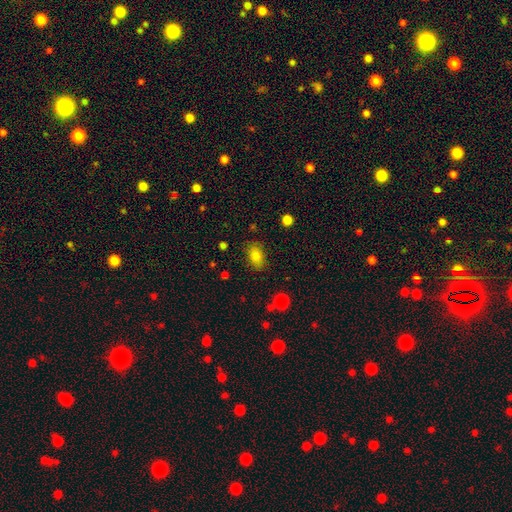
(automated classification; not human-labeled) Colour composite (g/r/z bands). It shows a smooth galaxy with no disk features (83%) that is in between round and cigar-shaped (85%). Merging: none (80%).